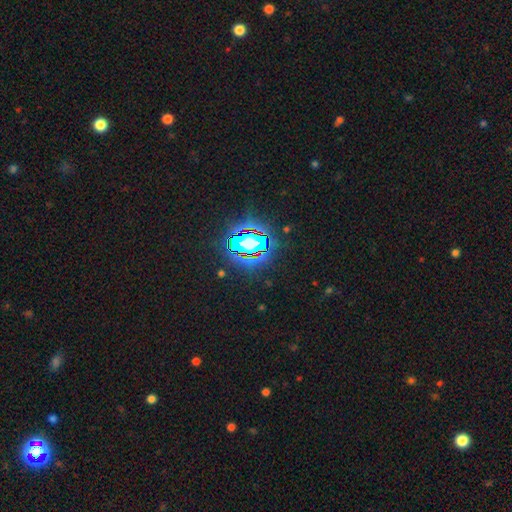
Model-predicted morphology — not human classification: A star or artifact, not a galaxy (73%).

Vote fractions:
- Smooth or featured? star or artifact: 73% / smooth: 16% / featured or disk: 12%